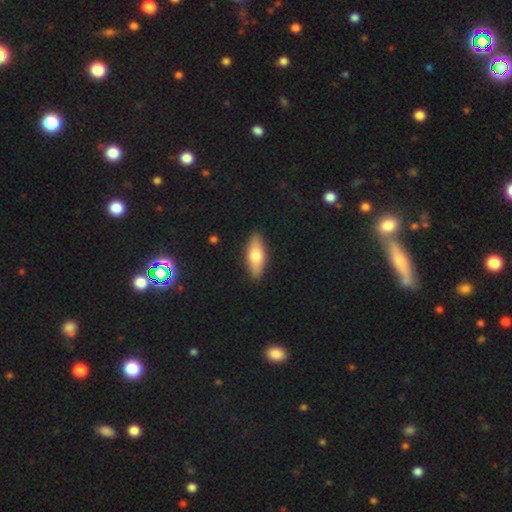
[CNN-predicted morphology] type=smooth (66%); roundness=in between (66%); merging=none (89%).